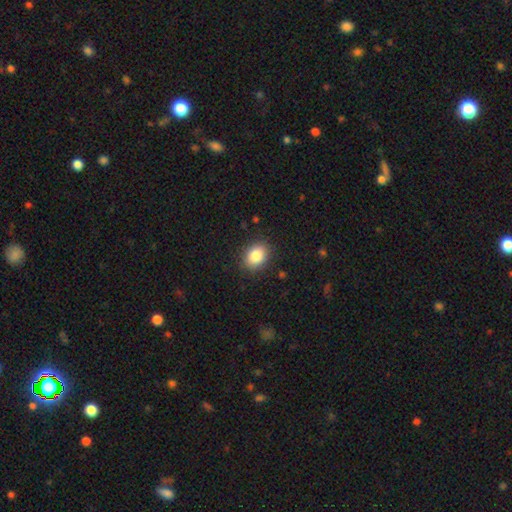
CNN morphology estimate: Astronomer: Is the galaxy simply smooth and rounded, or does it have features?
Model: smooth — 85%.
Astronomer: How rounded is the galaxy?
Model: in between — 66%.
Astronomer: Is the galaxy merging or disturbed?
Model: none — 87%.